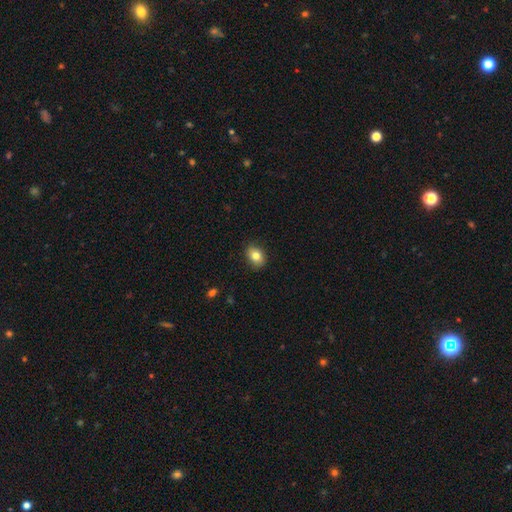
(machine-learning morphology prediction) This appears to be a smooth galaxy with no disk features (82%) that is in between round and cigar-shaped (67%). Merging: none (87%).